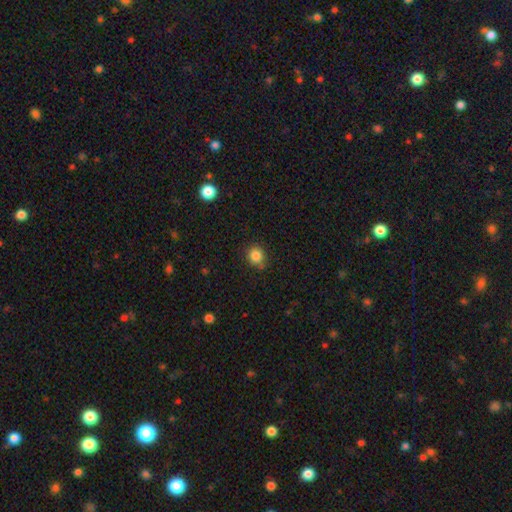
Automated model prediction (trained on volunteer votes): smooth-or-featured: smooth: 85% | star or artifact: 11% | featured or disk: 4%
  how-rounded: round: 83% | in between: 16% | cigar-shaped: 1%
  merging: none: 78% | minor disturbance: 17% | major disturbance: 3% | merger: 2%